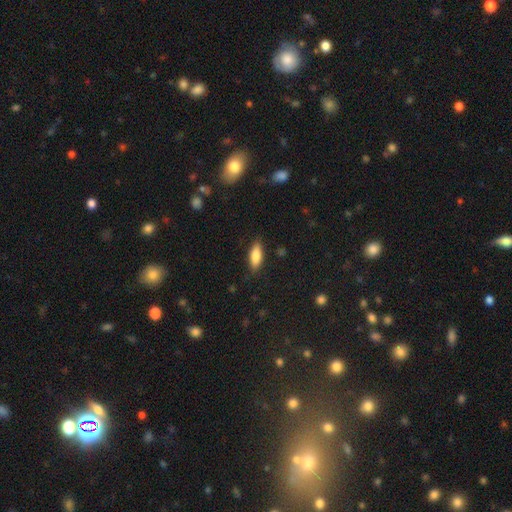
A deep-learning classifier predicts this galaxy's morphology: A smooth galaxy with no disk features (81%) that is in between round and cigar-shaped (74%). Merging: none (84%).